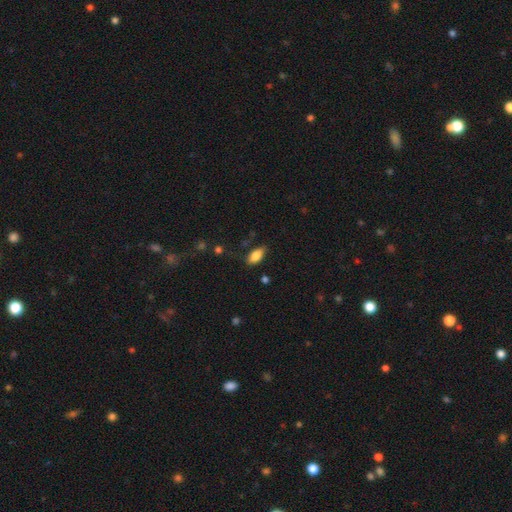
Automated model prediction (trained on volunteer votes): smooth-or-featured: smooth: 83% | featured or disk: 10% | star or artifact: 8%
  how-rounded: in between: 89% | cigar-shaped: 8% | round: 3%
  merging: none: 73% | minor disturbance: 20% | major disturbance: 4% | merger: 2%